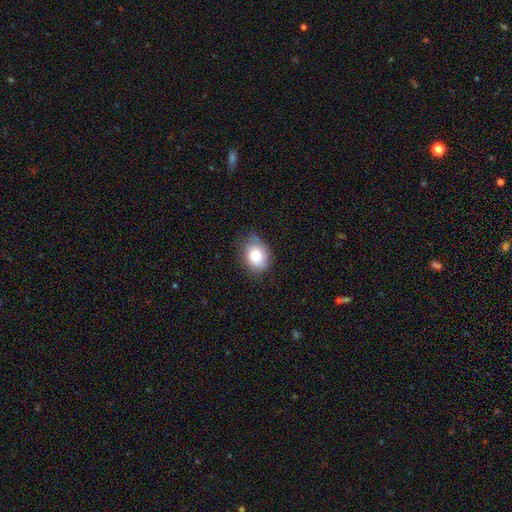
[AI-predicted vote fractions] Overall: smooth (80%). How rounded: in between (55%; round 44%). Merging: none (64%; minor disturbance 29%).